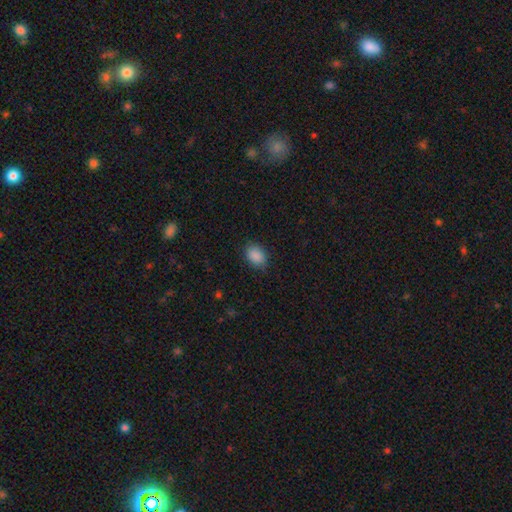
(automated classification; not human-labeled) smooth_or_featured: smooth (p=0.89) [alt: star or artifact p=0.08]
how_rounded: in between (p=0.80) [alt: round p=0.18]
merging: none (p=0.83) [alt: minor disturbance p=0.13]